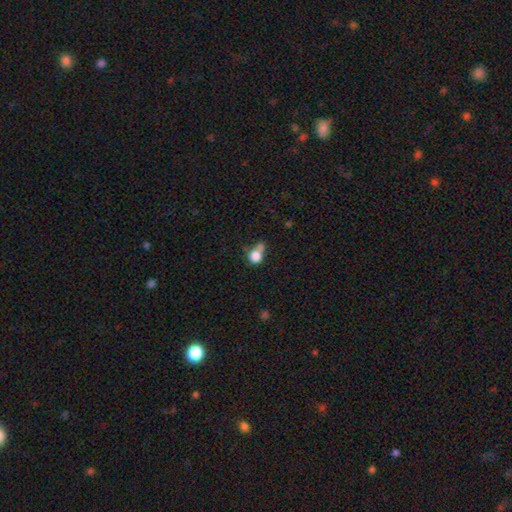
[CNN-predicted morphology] A smooth galaxy with no disk features (79%) that is round (74%). Merging: none (36%).